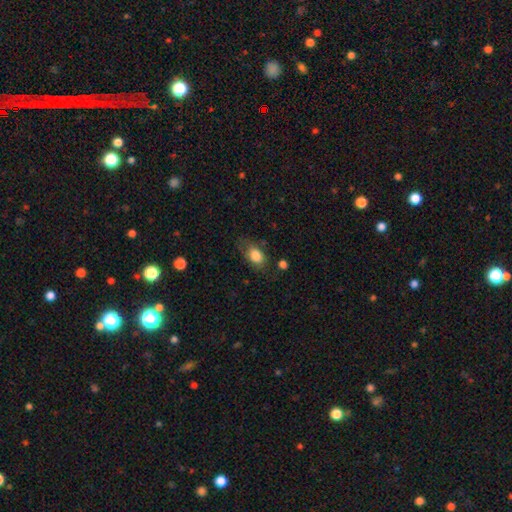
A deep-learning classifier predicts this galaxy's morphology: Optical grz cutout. It shows a smooth galaxy with no disk features (82%) that is in between round and cigar-shaped (83%). Merging: none (62%).